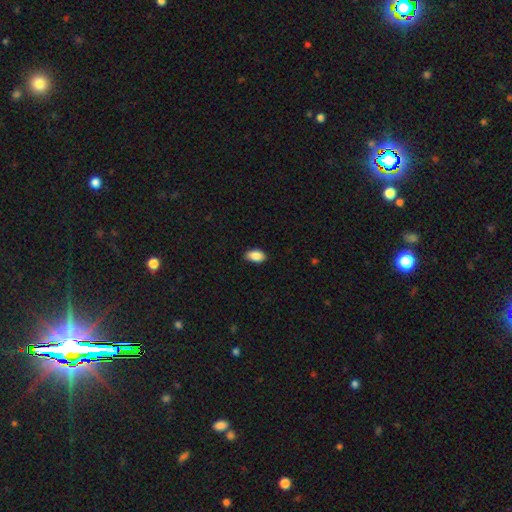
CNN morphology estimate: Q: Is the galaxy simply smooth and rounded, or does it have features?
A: smooth — 89%.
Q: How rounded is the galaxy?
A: in between — 93%.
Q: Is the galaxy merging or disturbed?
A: none — 86%.